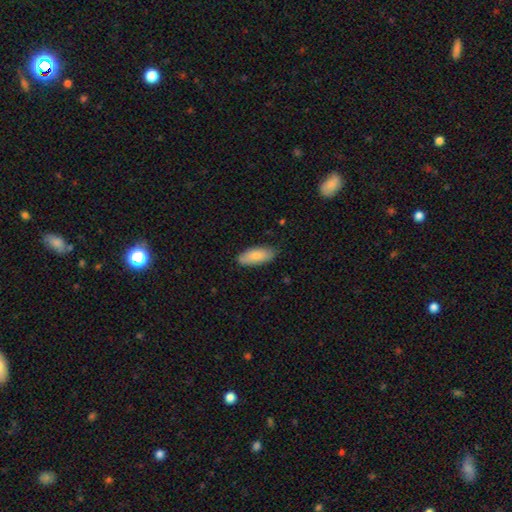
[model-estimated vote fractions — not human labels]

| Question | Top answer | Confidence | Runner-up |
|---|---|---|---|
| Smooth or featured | smooth | 83% | featured or disk (11%) |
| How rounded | in between | 84% | cigar-shaped (14%) |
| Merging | none | 81% | minor disturbance (16%) |